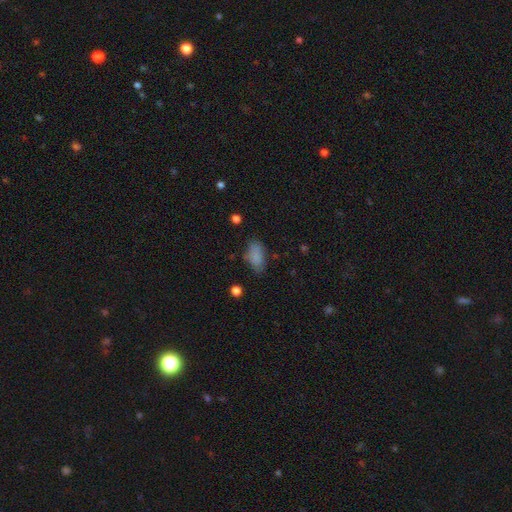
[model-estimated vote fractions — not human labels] Overall: smooth (84%). How rounded: in between (90%). Merging: none (71%).